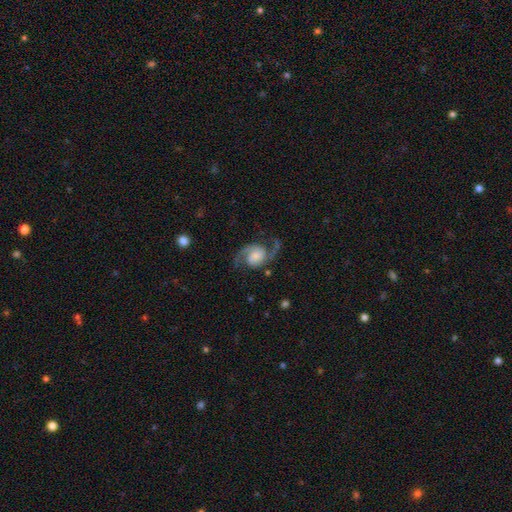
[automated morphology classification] smooth_or_featured: featured or disk (p=0.89) [alt: smooth p=0.06]
disk_edge_on: no (p=0.98) [alt: yes p=0.02]
bar: no (p=0.60) [alt: weak p=0.32]
has_spiral_arms: yes (p=0.98) [alt: no p=0.02]
spiral_winding: medium (p=0.50) [alt: loose p=0.39]
spiral_arm_count: 2 (p=0.94) [alt: 1 p=0.02]
bulge_size: moderate (p=0.24) [tied with: large p=0.24]
merging: none (p=0.76) [alt: minor disturbance p=0.14]